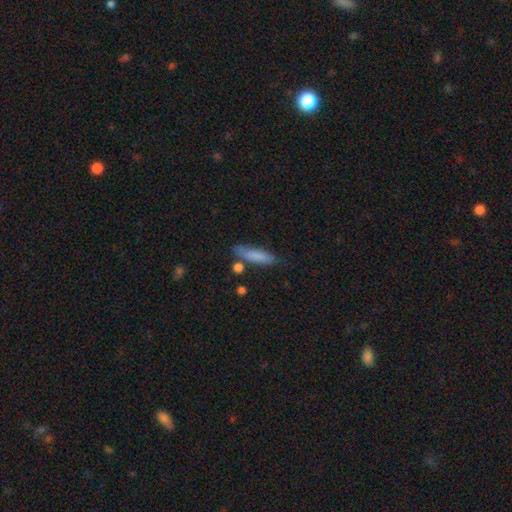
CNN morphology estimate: Smooth or featured? smooth (80%)
How rounded? cigar-shaped (72%)
Merging? none (69%)